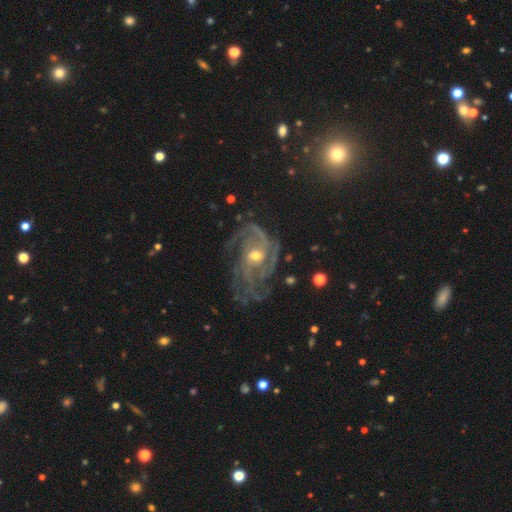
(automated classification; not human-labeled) This appears to be a featured or disk galaxy (88%) with no bar (53%), medium (42%) spiral arms (95%) and a moderate central bulge (54%). Merging: none (58%).